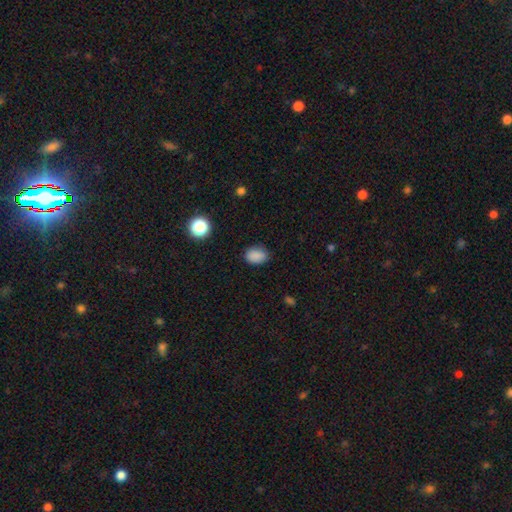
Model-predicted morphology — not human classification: Overall: smooth (87%). How rounded: in between (76%). Merging: none (82%).